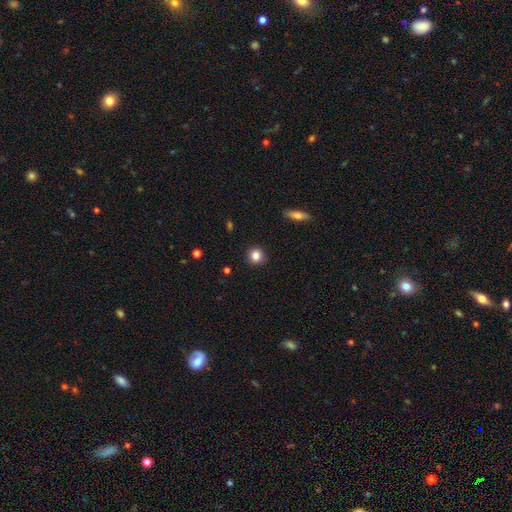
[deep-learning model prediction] A smooth galaxy with no disk features (84%) that is round (92%).

Vote fractions:
- Smooth or featured? smooth: 84% / star or artifact: 10% / featured or disk: 6%
- How rounded? round: 92% / in between: 7% / cigar-shaped: 1%
- Merging? none: 92% / minor disturbance: 5% / major disturbance: 2% / merger: 1%